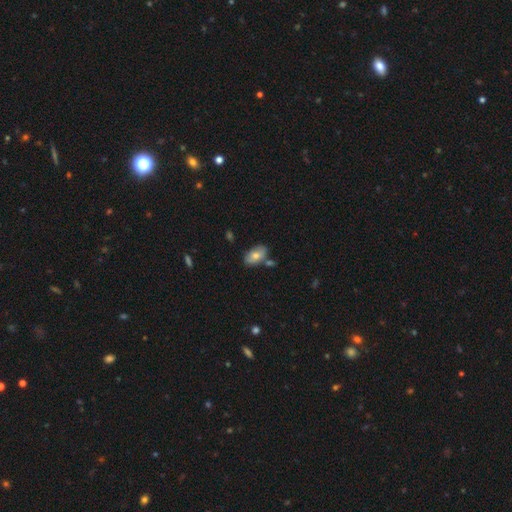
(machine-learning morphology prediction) Overall: smooth (74%). How rounded: in between (93%). Merging: none (70%).